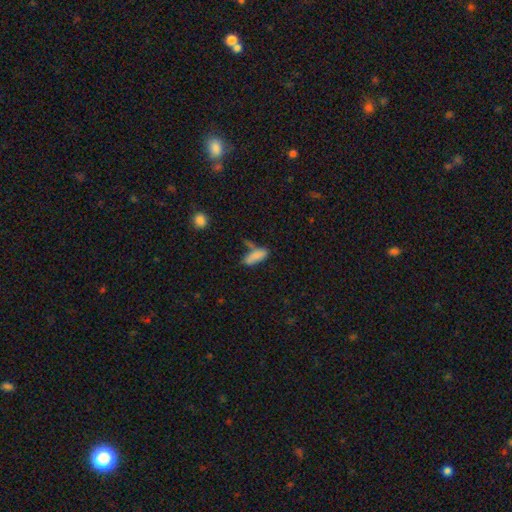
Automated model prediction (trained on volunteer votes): The model was most divided on "merging": none: 45%, merger: 23%, minor disturbance: 22%, major disturbance: 10%. More confident: smooth or featured — smooth (81%); how rounded — in between (67%).